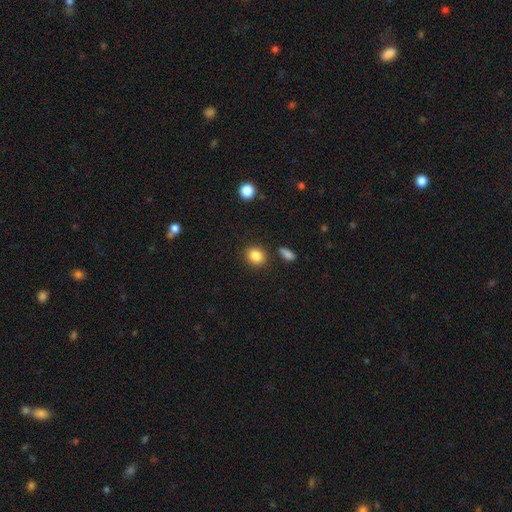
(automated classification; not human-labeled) Smooth or featured? Predicted: smooth (p=0.86). How rounded? Predicted: round (p=0.72). Merging? Predicted: none (p=0.86).